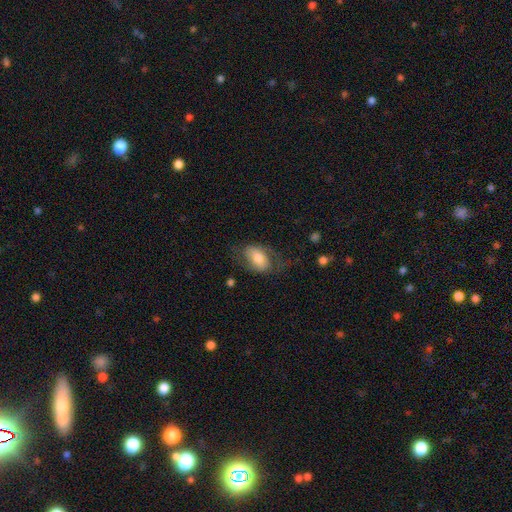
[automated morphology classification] Smooth or featured?
  - smooth: 54% *
  - featured or disk: 37%
  - star or artifact: 9%
How rounded?
  - in between: 86% *
  - round: 12%
  - cigar-shaped: 2%
Merging?
  - none: 56% *
  - minor disturbance: 23%
  - major disturbance: 20%
  - merger: 2%